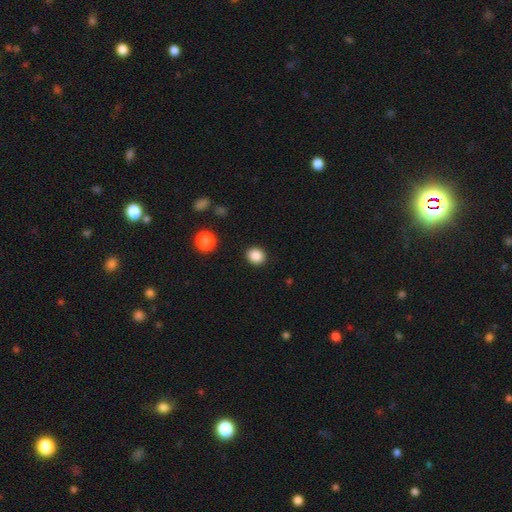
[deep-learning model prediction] Smooth or featured? smooth (87%)
How rounded? round (75%)
Merging? none (91%)